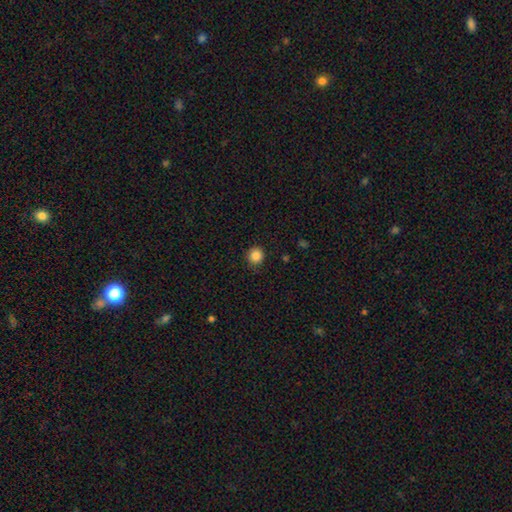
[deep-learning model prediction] A smooth galaxy with no disk features (86%) that is round (91%).

Vote fractions:
- Smooth or featured? smooth: 86% / star or artifact: 10% / featured or disk: 3%
- How rounded? round: 91% / in between: 8% / cigar-shaped: 1%
- Merging? none: 88% / minor disturbance: 8% / major disturbance: 2% / merger: 1%